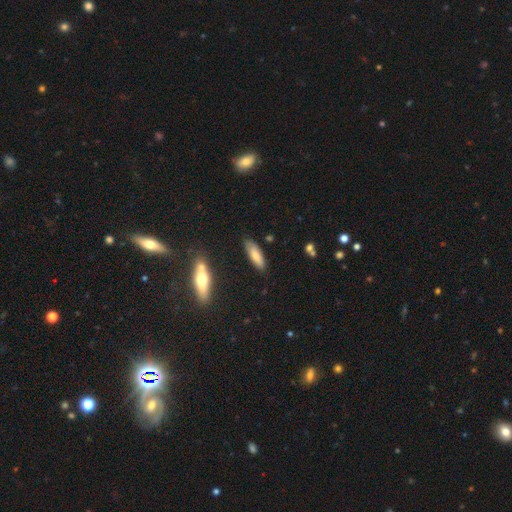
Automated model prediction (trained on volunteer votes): Morphology: type=smooth (73%); roundness=in between (50%); merging=none (79%).